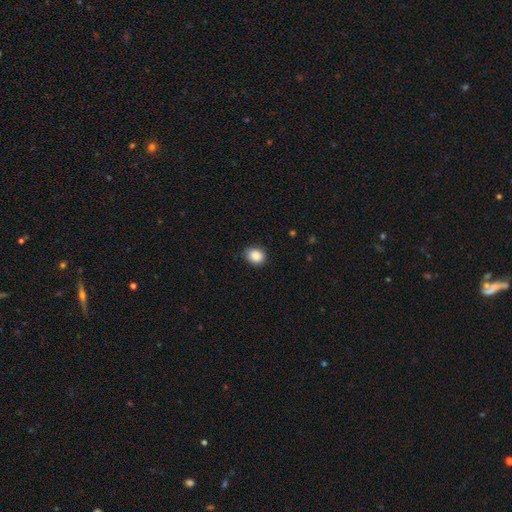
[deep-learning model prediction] A smooth galaxy with no disk features (88%) that is round (53%). Merging: none (79%).